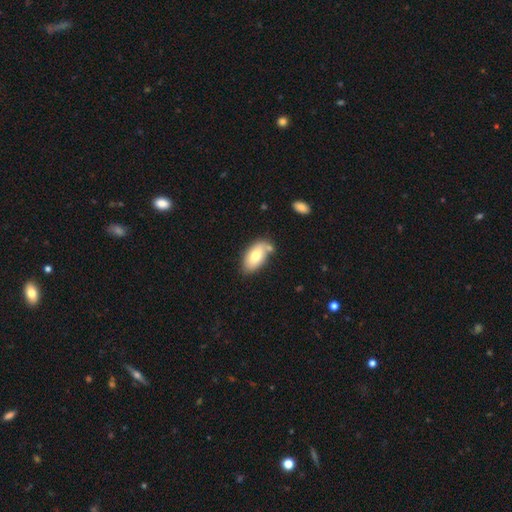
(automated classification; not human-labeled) This appears to be a smooth galaxy with no disk features (74%) that is in between round and cigar-shaped (93%). Merging: none (65%).